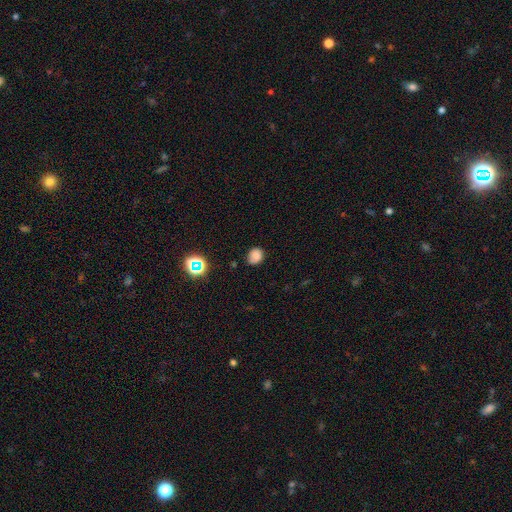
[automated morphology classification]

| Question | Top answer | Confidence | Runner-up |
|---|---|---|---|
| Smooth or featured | smooth | 76% | star or artifact (15%) |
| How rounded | round | 61% | in between (39%) |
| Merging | none | 72% | minor disturbance (21%) |